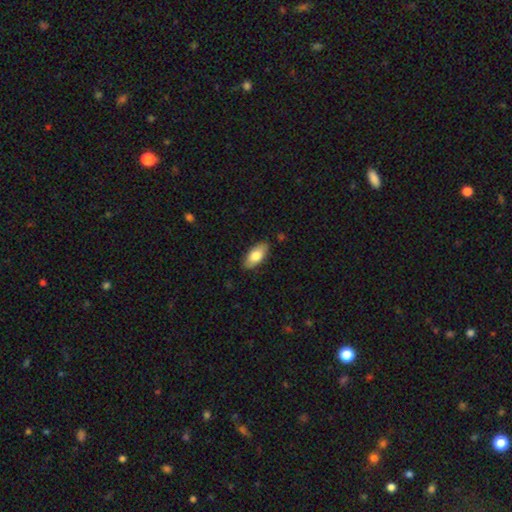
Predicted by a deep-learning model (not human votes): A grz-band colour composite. It shows a smooth galaxy with no disk features (76%) that is in between round and cigar-shaped (89%). Merging: none (86%).